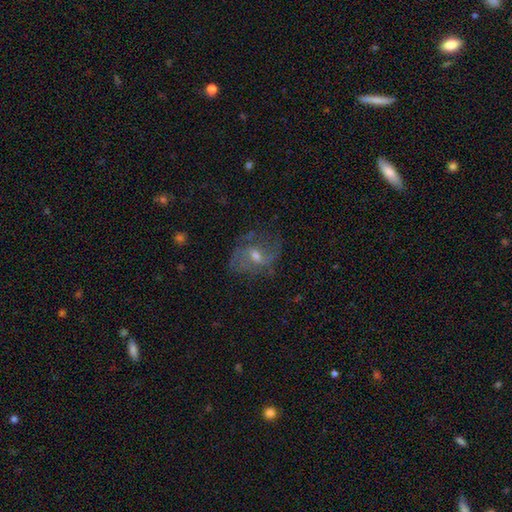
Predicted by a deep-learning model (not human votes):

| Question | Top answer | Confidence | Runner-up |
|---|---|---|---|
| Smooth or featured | featured or disk | 68% | smooth (20%) |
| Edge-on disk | no | 96% | yes (4%) |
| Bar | weak | 47% | no (41%) |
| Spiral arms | yes | 82% | no (18%) |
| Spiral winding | loose | 46% | medium (40%) |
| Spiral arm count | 2 | 61% | can't tell (20%) |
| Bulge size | moderate | 55% | small (37%) |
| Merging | none | 61% | minor disturbance (21%) |